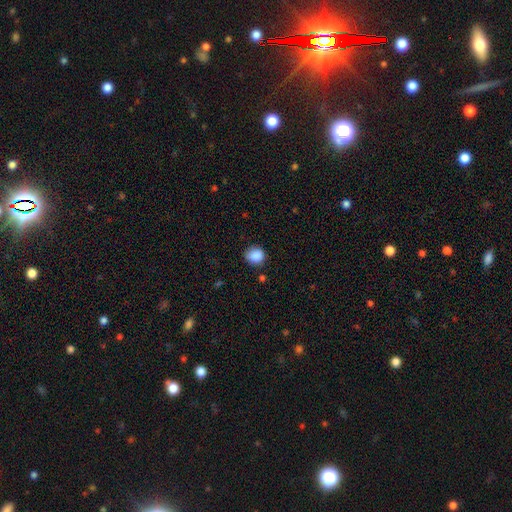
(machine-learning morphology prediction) Smooth or featured? Predicted: smooth (p=0.88). How rounded? Predicted: round (p=0.80). Merging? Predicted: none (p=0.82).